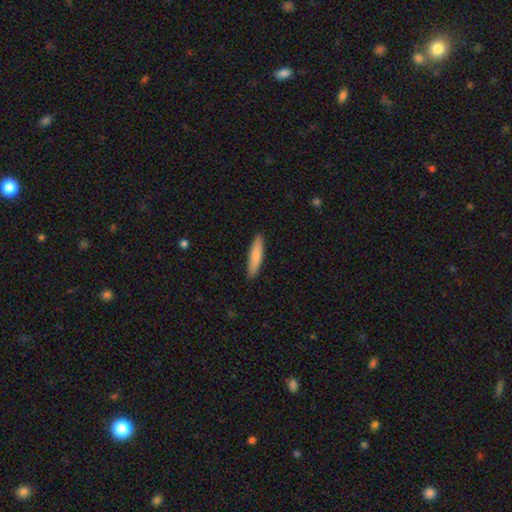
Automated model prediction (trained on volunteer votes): Smooth or featured? smooth (79%)
How rounded? cigar-shaped (82%)
Merging? none (90%)